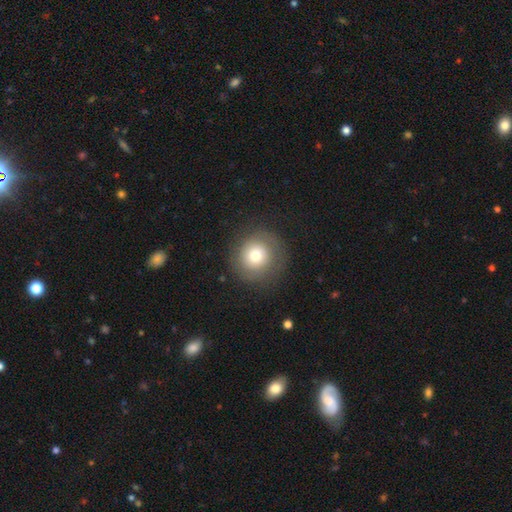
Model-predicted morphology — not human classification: Overall: smooth (71%). How rounded: round (93%). Merging: none (81%).